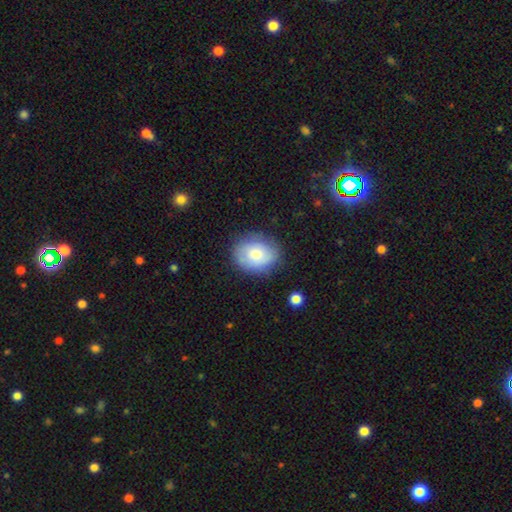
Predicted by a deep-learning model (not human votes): Smooth or featured: smooth — 71% (featured or disk — 21%)
How rounded: round — 60% (in between — 39%)
Merging: none — 77% (minor disturbance — 17%)